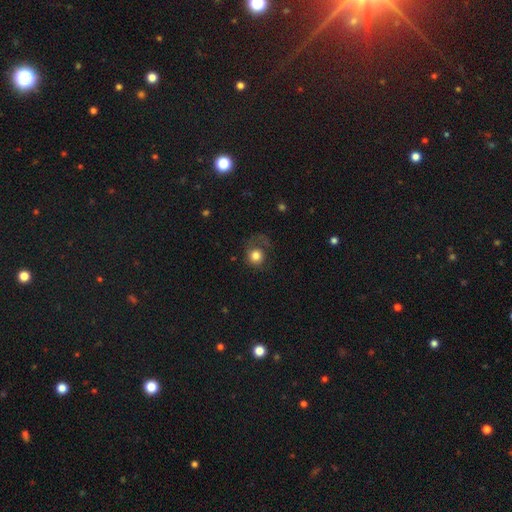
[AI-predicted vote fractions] Smooth or featured?
  - smooth: 76% *
  - featured or disk: 15%
  - star or artifact: 9%
How rounded?
  - round: 83% *
  - in between: 16%
  - cigar-shaped: 1%
Merging?
  - none: 45% *
  - major disturbance: 33%
  - minor disturbance: 20%
  - merger: 2%